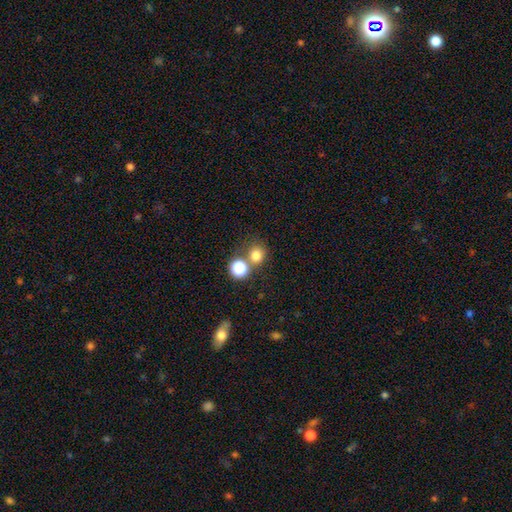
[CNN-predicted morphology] Smooth or featured?
  - smooth: 76% *
  - star or artifact: 17%
  - featured or disk: 7%
How rounded?
  - round: 85% *
  - in between: 14%
  - cigar-shaped: 1%
Merging?
  - none: 62% *
  - merger: 26%
  - minor disturbance: 8%
  - major disturbance: 4%